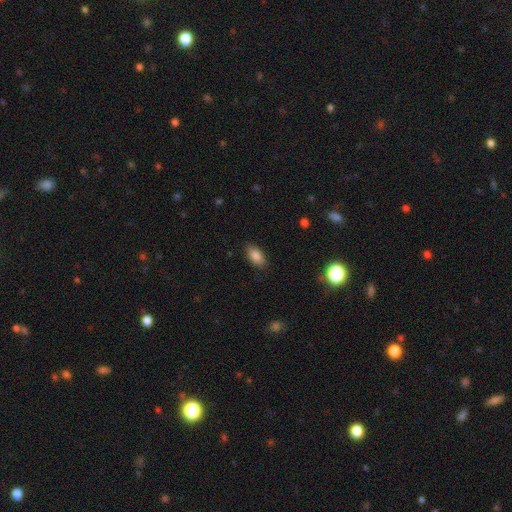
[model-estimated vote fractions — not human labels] Morphology: type=smooth (85%); roundness=in between (92%); merging=none (86%).